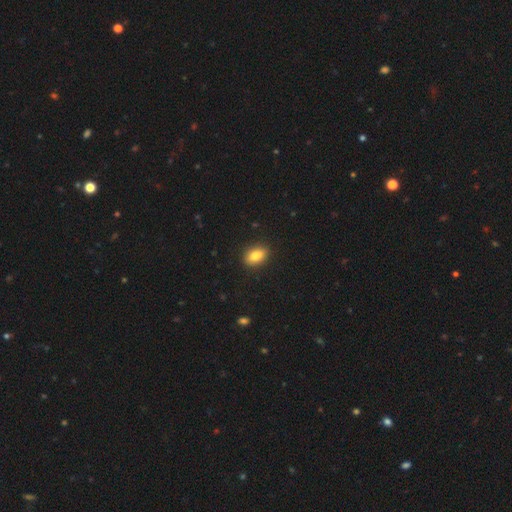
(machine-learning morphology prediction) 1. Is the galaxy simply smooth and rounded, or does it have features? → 83% smooth, 8% featured or disk, 8% star or artifact.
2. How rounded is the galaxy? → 86% in between, 10% round, 3% cigar-shaped.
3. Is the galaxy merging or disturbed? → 89% none, 8% minor disturbance, 2% major disturbance, 1% merger.